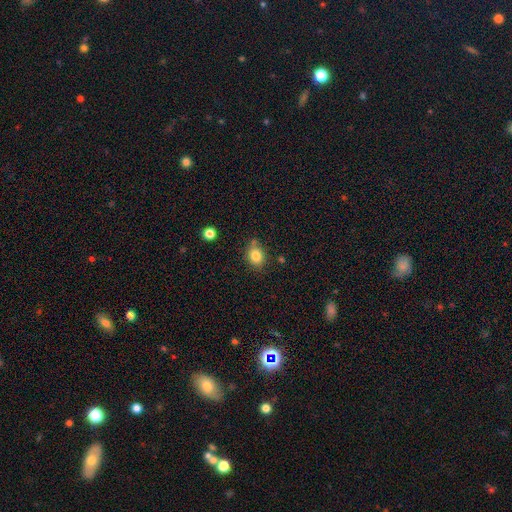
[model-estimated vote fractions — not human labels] Smooth or featured? smooth (83%)
How rounded? round (52%)
Merging? none (71%)